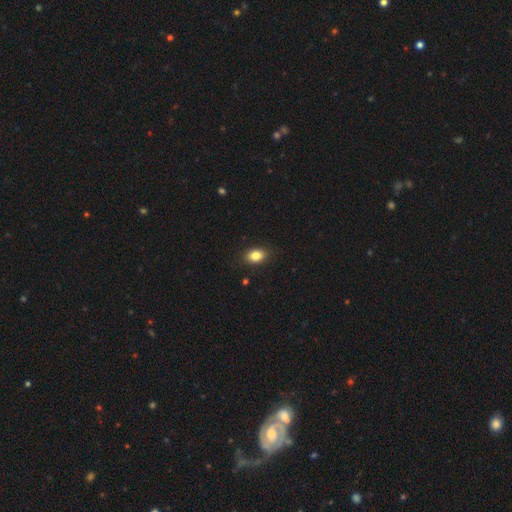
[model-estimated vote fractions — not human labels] A smooth galaxy with no disk features (84%) that is in between round and cigar-shaped (80%). Merging: none (87%).